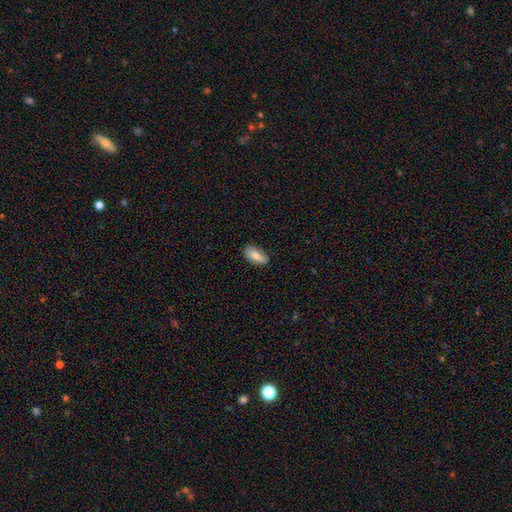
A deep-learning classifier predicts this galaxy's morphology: Smooth or featured: smooth — 79% (featured or disk — 14%)
How rounded: in between — 90% (cigar-shaped — 7%)
Merging: none — 72% (minor disturbance — 23%)